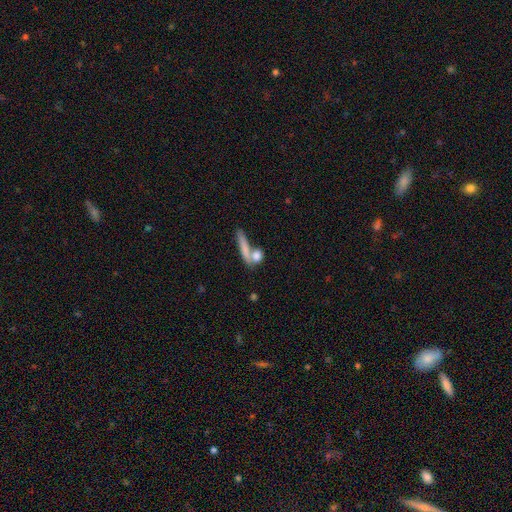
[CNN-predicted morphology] Smooth or featured? Predicted: smooth (p=0.75). How rounded? Predicted: cigar-shaped (p=0.37). Merging? Predicted: none (p=0.49).